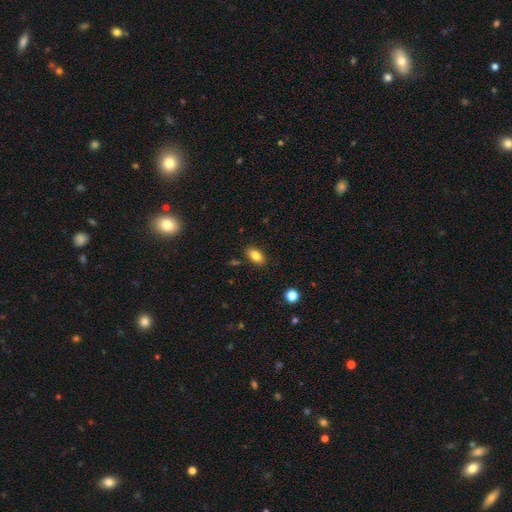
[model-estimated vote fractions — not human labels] A smooth galaxy with no disk features (83%) that is in between round and cigar-shaped (90%).

Vote fractions:
- Smooth or featured? smooth: 83% / star or artifact: 9% / featured or disk: 8%
- How rounded? in between: 90% / round: 7% / cigar-shaped: 3%
- Merging? none: 86% / minor disturbance: 10% / major disturbance: 2% / merger: 2%